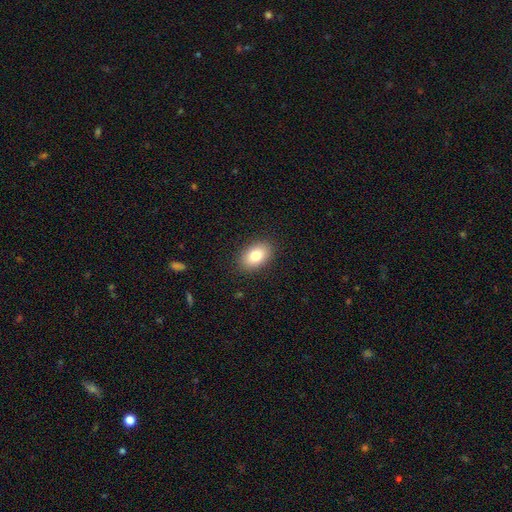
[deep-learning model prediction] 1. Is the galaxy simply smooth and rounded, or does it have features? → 81% smooth, 11% featured or disk, 8% star or artifact.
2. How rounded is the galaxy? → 87% in between, 12% round, 1% cigar-shaped.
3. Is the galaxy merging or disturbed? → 89% none, 8% minor disturbance, 2% major disturbance, 1% merger.